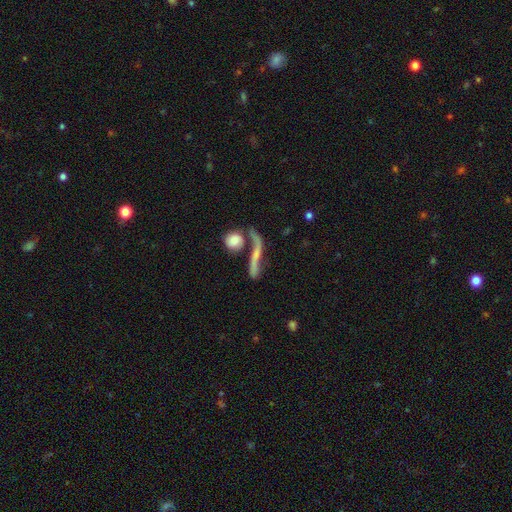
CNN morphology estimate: This is possibly a featured or disk galaxy (56%). It is possibly not viewed edge-on (59%). Merging: marginally none (38%).